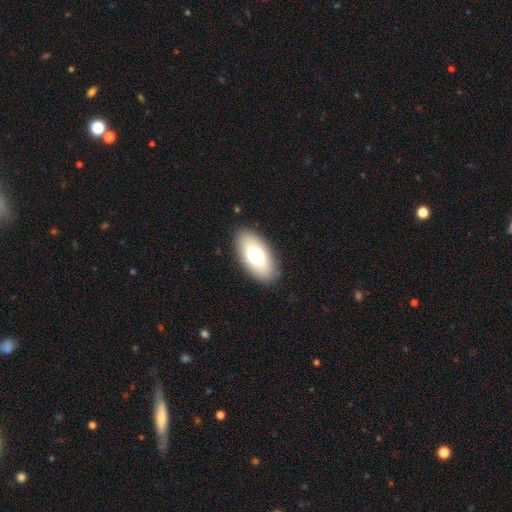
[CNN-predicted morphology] The model was most divided on "smooth or featured": smooth: 73%, featured or disk: 19%, star or artifact: 7%. More confident: how rounded — in between (93%); merging — none (87%).